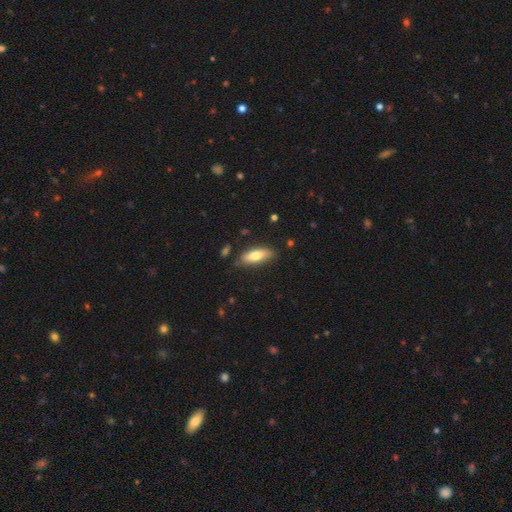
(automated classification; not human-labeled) This appears to be a smooth galaxy with no disk features (71%) that is in between round and cigar-shaped (61%). Merging: none (79%).